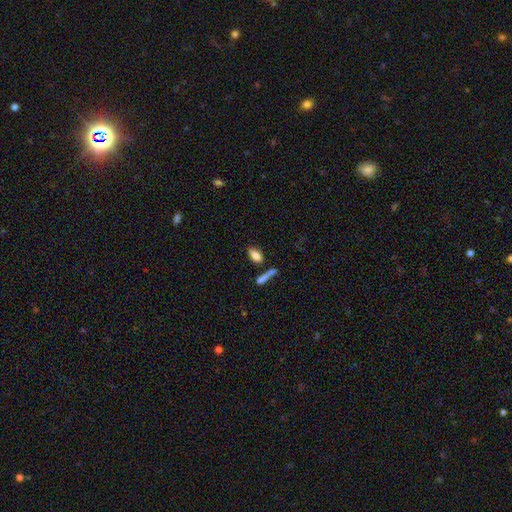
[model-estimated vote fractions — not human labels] Smooth or featured? Predicted: smooth (p=0.78). How rounded? Predicted: in between (p=0.84). Merging? Predicted: none (p=0.65).